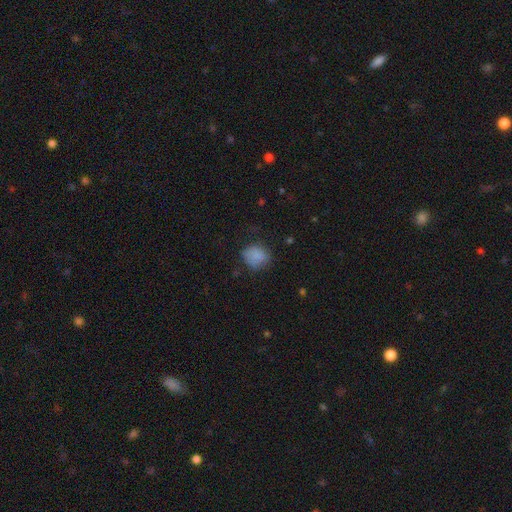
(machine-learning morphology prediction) A smooth galaxy with no disk features (81%) that is round (66%). Merging: none (61%).